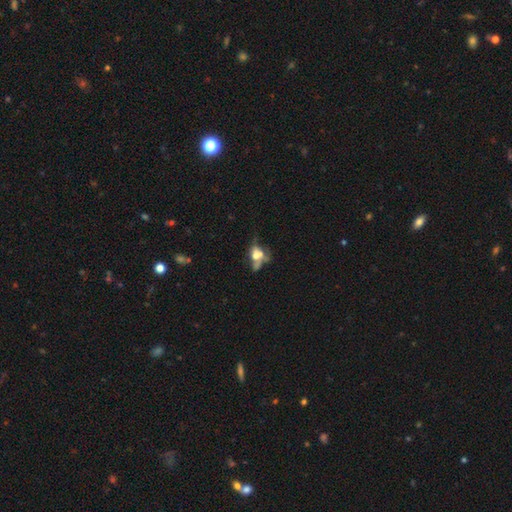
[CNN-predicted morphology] A smooth galaxy with no disk features (46%).

Vote fractions:
- Smooth or featured? smooth: 46% / featured or disk: 39% / star or artifact: 14%
- Merging? merger: 42% / none: 27% / major disturbance: 18% / minor disturbance: 14%